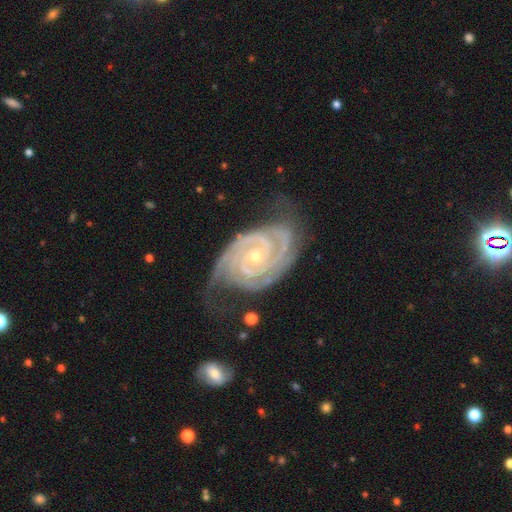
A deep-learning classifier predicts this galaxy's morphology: Overall: featured or disk (94%). Edge-on disk: no (98%). Bar: no (67%). Spiral arms: yes (99%). Spiral arm count: 2 (48%; 3 29%). Spiral winding: tight (81%). Bulge size: small (70%). Merging: none (61%; minor disturbance 26%).